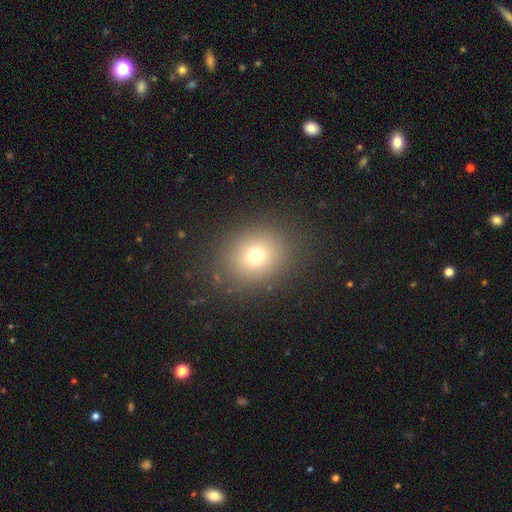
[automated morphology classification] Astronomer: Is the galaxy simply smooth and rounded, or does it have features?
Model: smooth — 73%.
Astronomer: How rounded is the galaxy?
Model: round — 70%.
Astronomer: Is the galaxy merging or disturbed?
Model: none — 87%.